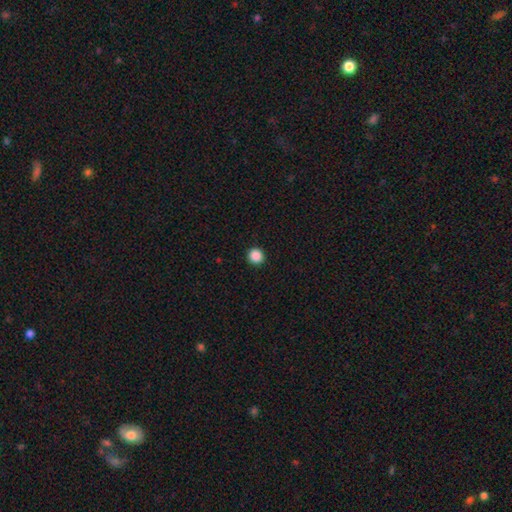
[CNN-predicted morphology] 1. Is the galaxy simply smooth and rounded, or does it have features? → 88% smooth, 10% star or artifact, 2% featured or disk.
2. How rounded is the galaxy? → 95% round, 4% in between, 1% cigar-shaped.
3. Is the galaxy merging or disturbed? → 93% none, 4% minor disturbance, 1% major disturbance, 1% merger.